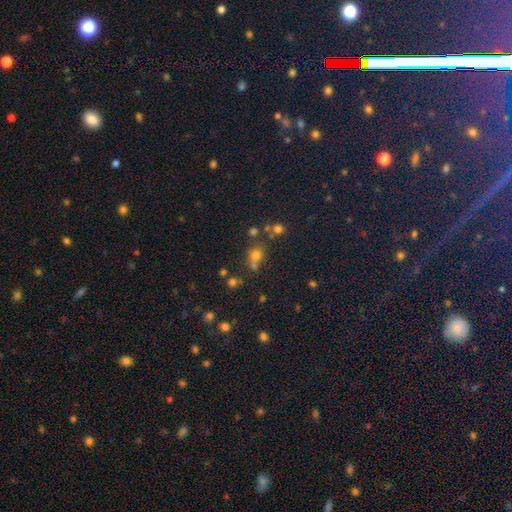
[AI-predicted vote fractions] Q: Smooth or featured?
A: smooth (56%); runner-up: star or artifact (34%)
Q: How rounded?
A: round (78%); runner-up: in between (20%)
Q: Merging?
A: none (59%); runner-up: merger (25%)